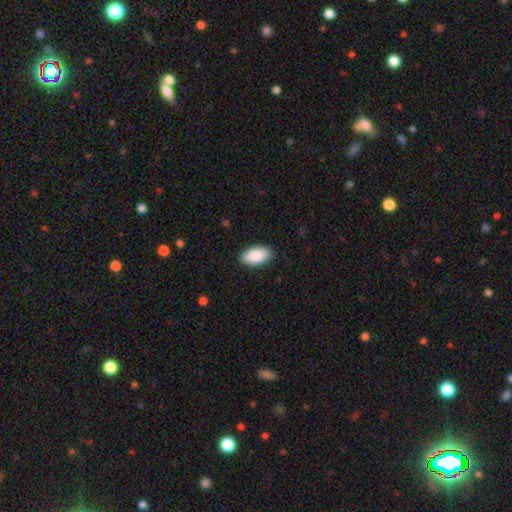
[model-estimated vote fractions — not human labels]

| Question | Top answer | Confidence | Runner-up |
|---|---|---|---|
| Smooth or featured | smooth | 89% | star or artifact (6%) |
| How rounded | in between | 95% | round (3%) |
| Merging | none | 87% | minor disturbance (10%) |